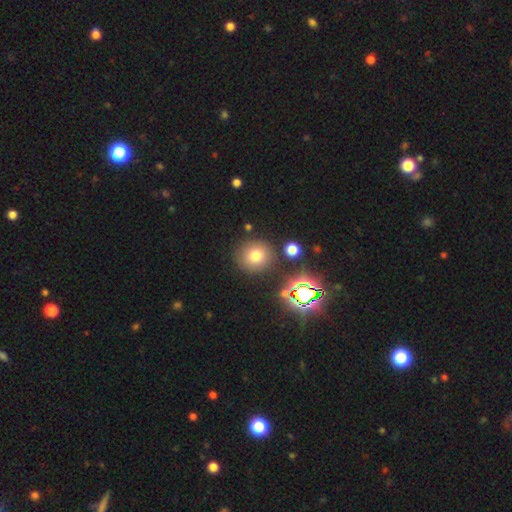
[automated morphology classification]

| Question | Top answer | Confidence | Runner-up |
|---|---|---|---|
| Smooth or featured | smooth | 73% | star or artifact (18%) |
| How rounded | round | 91% | in between (8%) |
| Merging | none | 85% | minor disturbance (8%) |